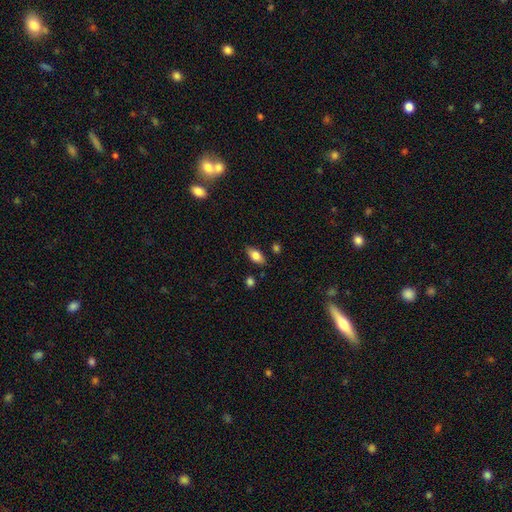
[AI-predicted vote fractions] A smooth galaxy with no disk features (79%) that is in between round and cigar-shaped (89%).

Vote fractions:
- Smooth or featured? smooth: 79% / featured or disk: 14% / star or artifact: 7%
- How rounded? in between: 89% / cigar-shaped: 7% / round: 4%
- Merging? none: 83% / minor disturbance: 12% / merger: 3% / major disturbance: 2%